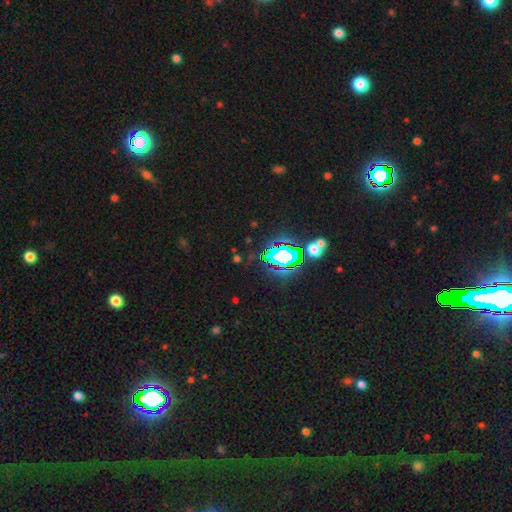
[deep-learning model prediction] This is likely a star or artifact rather than a galaxy (79%).